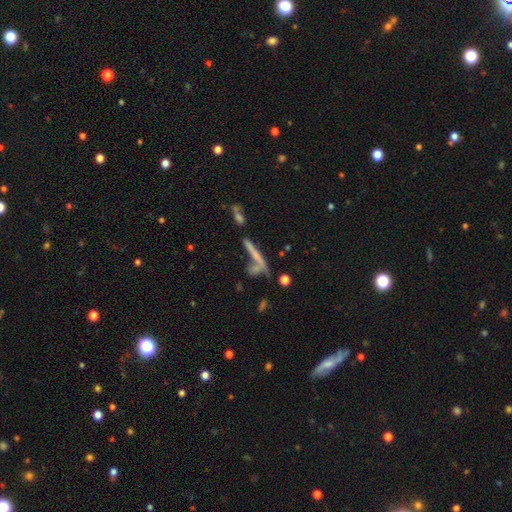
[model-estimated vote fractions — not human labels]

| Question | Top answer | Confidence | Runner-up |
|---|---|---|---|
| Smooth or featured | smooth | 45% | featured or disk (39%) |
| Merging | none | 42% | merger (32%) |